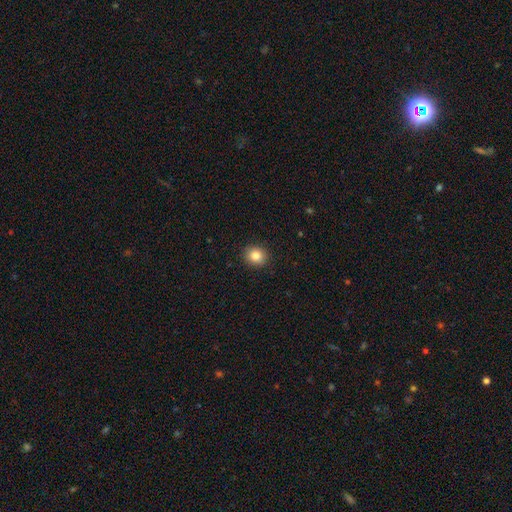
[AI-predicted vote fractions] A smooth galaxy with no disk features (85%) that is round (78%). Merging: none (91%).